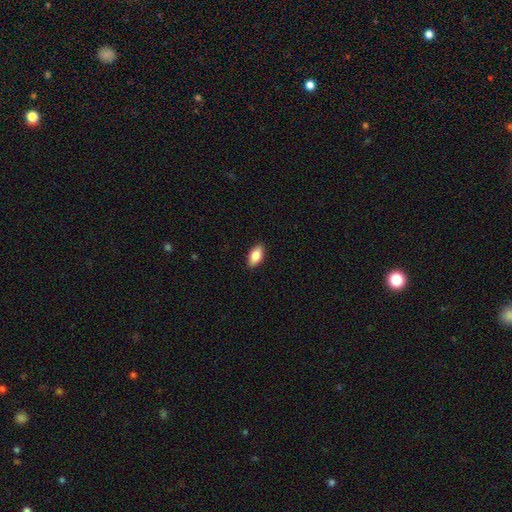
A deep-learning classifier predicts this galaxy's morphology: smooth-or-featured: smooth: 84% | featured or disk: 9% | star or artifact: 6%
  how-rounded: in between: 91% | cigar-shaped: 6% | round: 3%
  merging: none: 90% | minor disturbance: 8% | major disturbance: 2% | merger: 1%